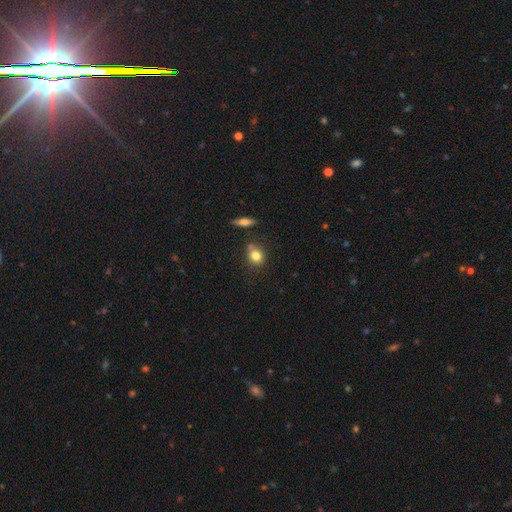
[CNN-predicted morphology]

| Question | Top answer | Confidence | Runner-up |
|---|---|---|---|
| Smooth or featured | smooth | 80% | star or artifact (10%) |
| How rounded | round | 72% | in between (26%) |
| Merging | none | 67% | minor disturbance (15%) |